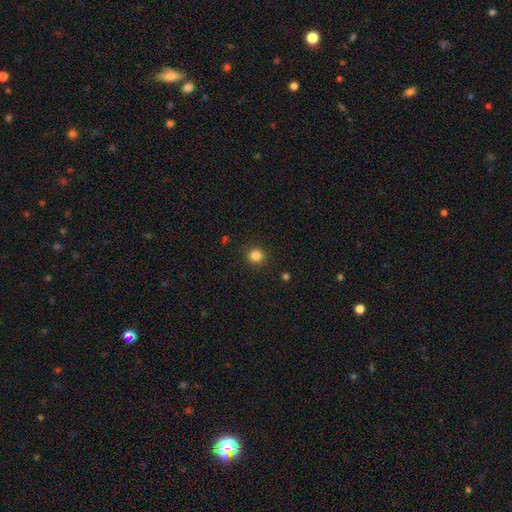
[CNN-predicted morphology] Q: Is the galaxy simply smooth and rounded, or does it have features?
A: smooth — 84%.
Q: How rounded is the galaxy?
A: round — 92%.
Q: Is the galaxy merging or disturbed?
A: none — 90%.